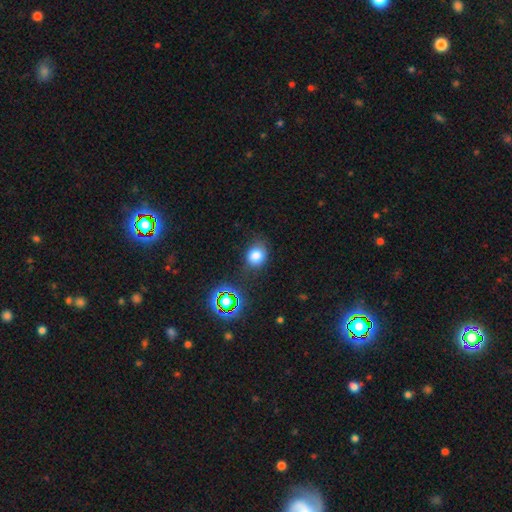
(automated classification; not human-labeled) smooth-or-featured: smooth: 78% | star or artifact: 15% | featured or disk: 7%
  how-rounded: round: 60% | in between: 39% | cigar-shaped: 1%
  merging: none: 73% | minor disturbance: 19% | major disturbance: 5% | merger: 3%